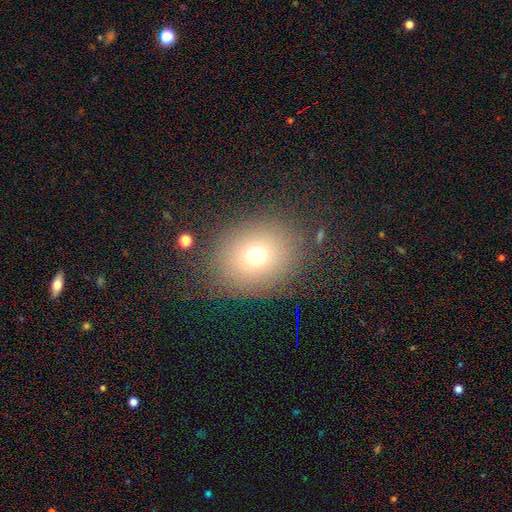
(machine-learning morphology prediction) Smooth or featured?
  - smooth: 70% *
  - star or artifact: 18%
  - featured or disk: 12%
How rounded?
  - round: 52% *
  - in between: 47%
  - cigar-shaped: 1%
Merging?
  - none: 81% *
  - minor disturbance: 11%
  - major disturbance: 6%
  - merger: 2%